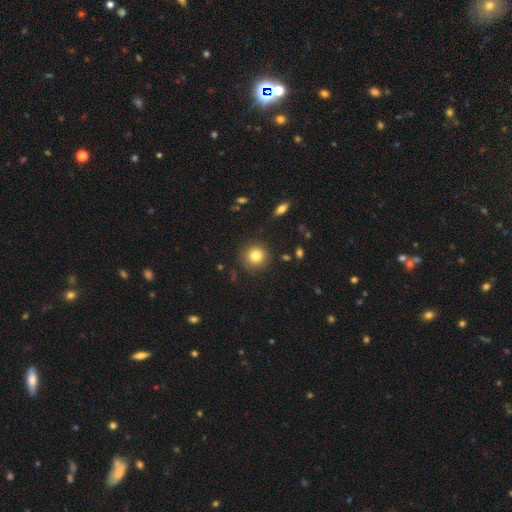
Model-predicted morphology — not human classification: smooth 81%, star or artifact 11%, featured or disk 8%. Down the decision tree: how rounded — round (93%); merging — none (87%).